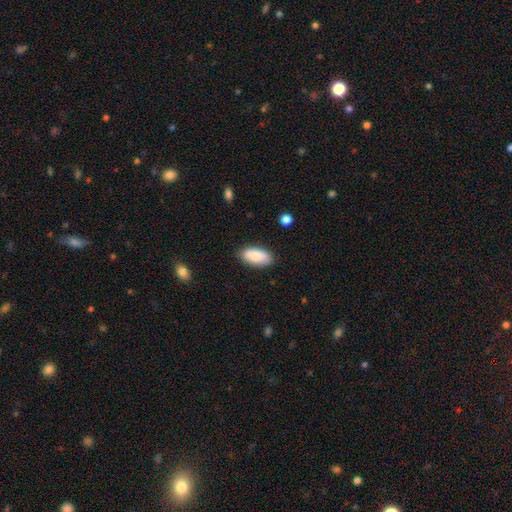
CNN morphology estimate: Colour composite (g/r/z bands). It shows a smooth galaxy with no disk features (86%) that is in between round and cigar-shaped (93%). Merging: none (85%).